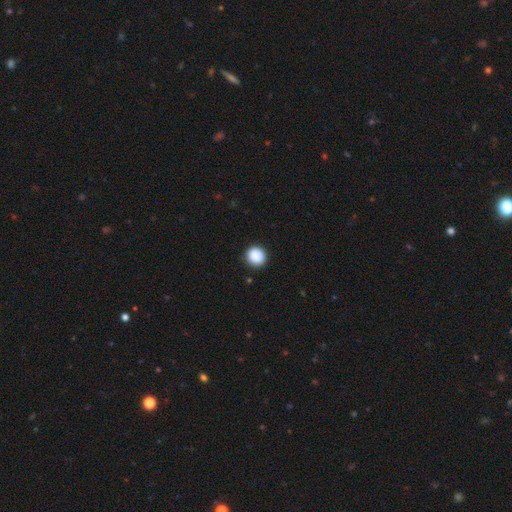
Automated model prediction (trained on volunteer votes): Smooth or featured: smooth — 89% (star or artifact — 9%)
How rounded: round — 91% (in between — 8%)
Merging: none — 90% (minor disturbance — 7%)